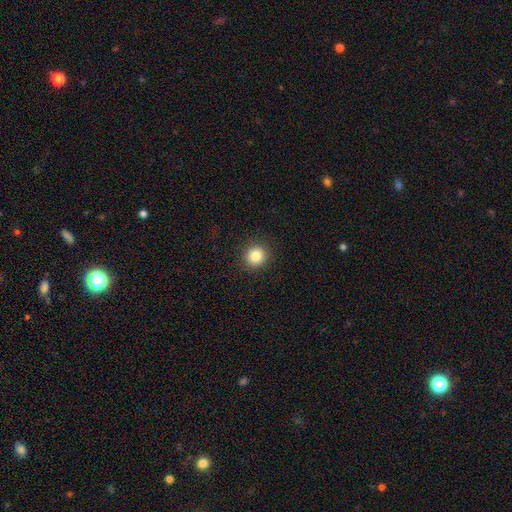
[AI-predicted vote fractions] Smooth or featured?
  - smooth: 84% *
  - star or artifact: 11%
  - featured or disk: 5%
How rounded?
  - round: 92% *
  - in between: 7%
  - cigar-shaped: 1%
Merging?
  - none: 92% *
  - minor disturbance: 5%
  - major disturbance: 2%
  - merger: 1%